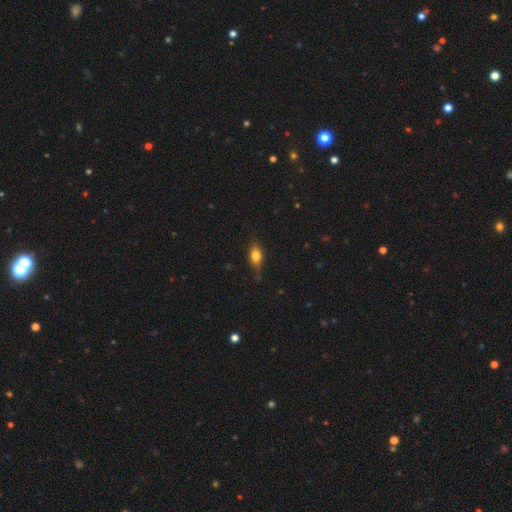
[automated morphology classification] Smooth or featured?
  - smooth: 64% *
  - featured or disk: 26%
  - star or artifact: 9%
How rounded?
  - in between: 73% *
  - cigar-shaped: 15%
  - round: 12%
Merging?
  - none: 71% *
  - minor disturbance: 22%
  - major disturbance: 5%
  - merger: 2%